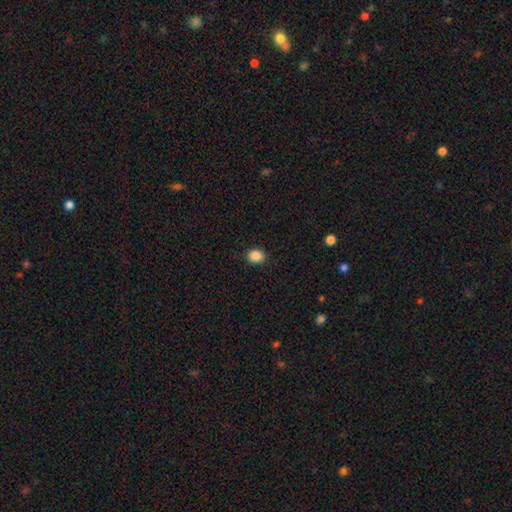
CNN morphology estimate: A smooth galaxy with no disk features (88%) that is round (52%). Merging: none (89%).